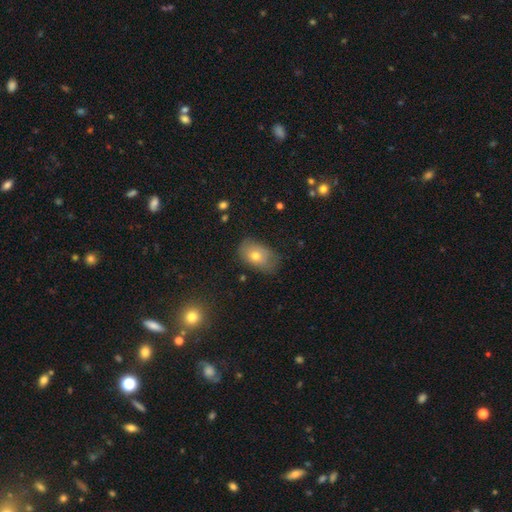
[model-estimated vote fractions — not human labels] smooth-or-featured: smooth: 71% | featured or disk: 20% | star or artifact: 9%
  how-rounded: in between: 85% | round: 14% | cigar-shaped: 1%
  merging: none: 63% | minor disturbance: 28% | major disturbance: 8% | merger: 2%